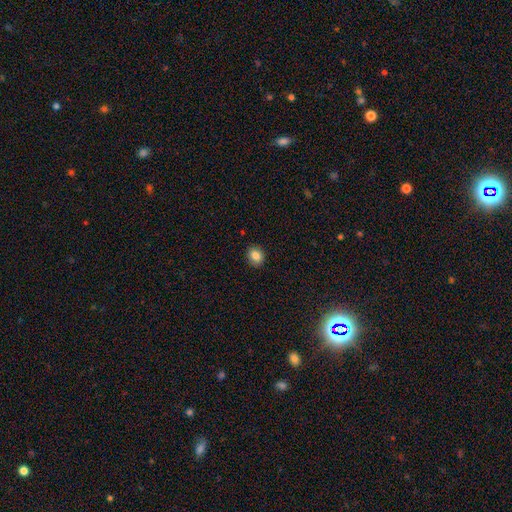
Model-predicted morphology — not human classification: Smooth or featured: smooth — 85% (star or artifact — 10%)
How rounded: round — 61% (in between — 38%)
Merging: none — 90% (minor disturbance — 7%)